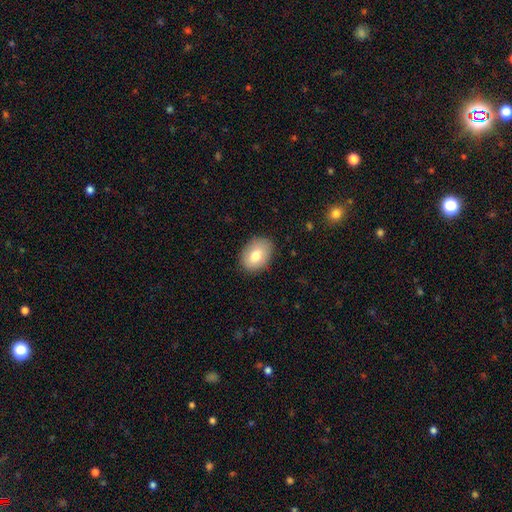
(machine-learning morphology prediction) The model was most divided on "how rounded": in between: 77%, round: 22%, cigar-shaped: 1%. More confident: merging — none (83%); smooth or featured — smooth (78%).